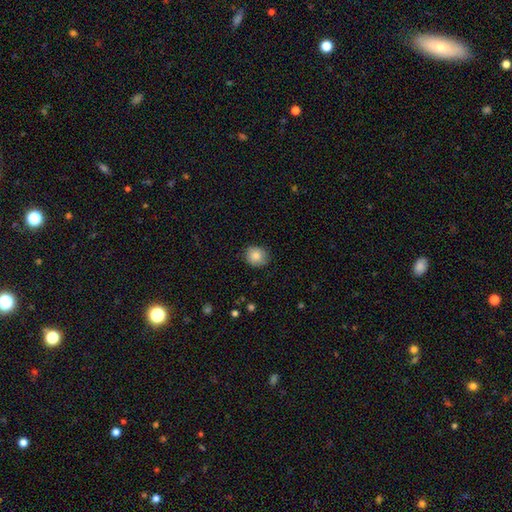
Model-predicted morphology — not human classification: A smooth galaxy with no disk features (85%) that is round (78%).

Vote fractions:
- Smooth or featured? smooth: 85% / star or artifact: 8% / featured or disk: 7%
- How rounded? round: 78% / in between: 21% / cigar-shaped: 1%
- Merging? none: 85% / minor disturbance: 12% / major disturbance: 2% / merger: 1%